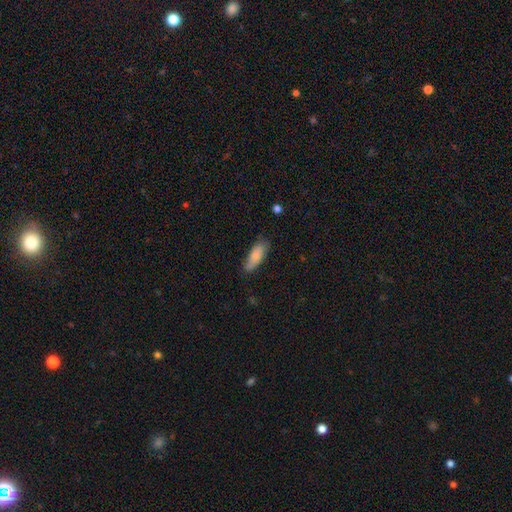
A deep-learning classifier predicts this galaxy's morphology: Q: Smooth or featured?
A: smooth (82%); runner-up: featured or disk (12%)
Q: How rounded?
A: in between (65%); runner-up: cigar-shaped (33%)
Q: Merging?
A: none (71%); runner-up: minor disturbance (23%)